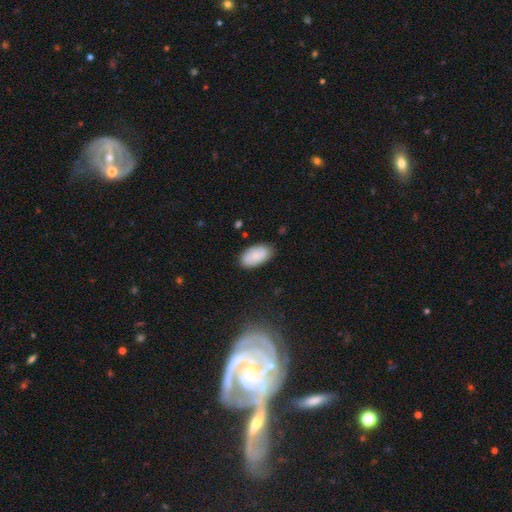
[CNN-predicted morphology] smooth-or-featured: smooth: 80% | featured or disk: 13% | star or artifact: 7%
  how-rounded: in between: 95% | round: 3% | cigar-shaped: 2%
  merging: none: 83% | minor disturbance: 13% | major disturbance: 3% | merger: 2%